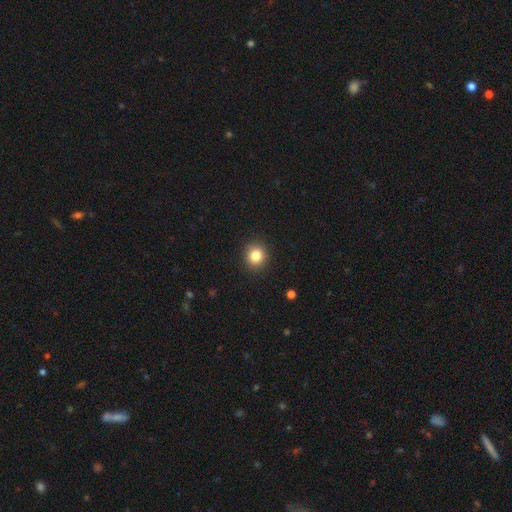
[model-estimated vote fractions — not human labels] This appears to be a smooth galaxy with no disk features (84%) that is round (88%). Merging: none (91%).